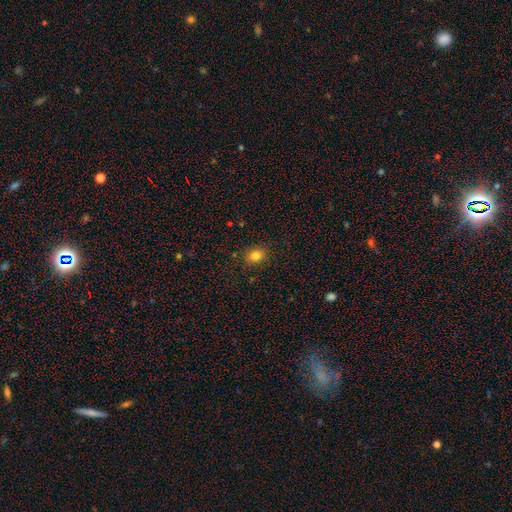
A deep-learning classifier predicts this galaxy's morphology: Smooth or featured? Predicted: smooth (p=0.82). How rounded? Predicted: round (p=0.51). Merging? Predicted: none (p=0.86).